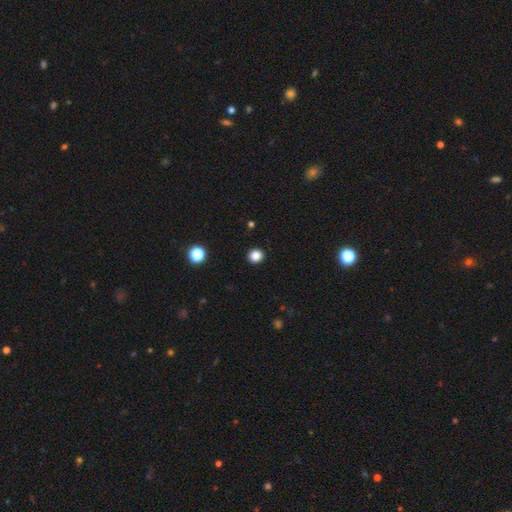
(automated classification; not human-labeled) Q: Smooth or featured?
A: smooth (85%); runner-up: star or artifact (12%)
Q: How rounded?
A: round (91%); runner-up: in between (8%)
Q: Merging?
A: none (93%); runner-up: minor disturbance (4%)